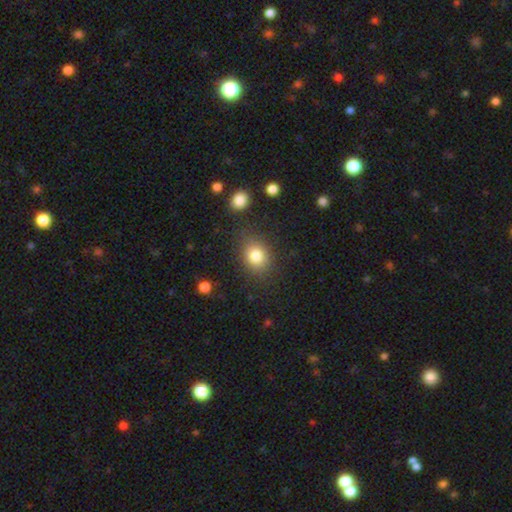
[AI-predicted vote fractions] This is clearly a smooth galaxy (82%). How rounded: possibly round (56%). Merging: clearly none (80%).